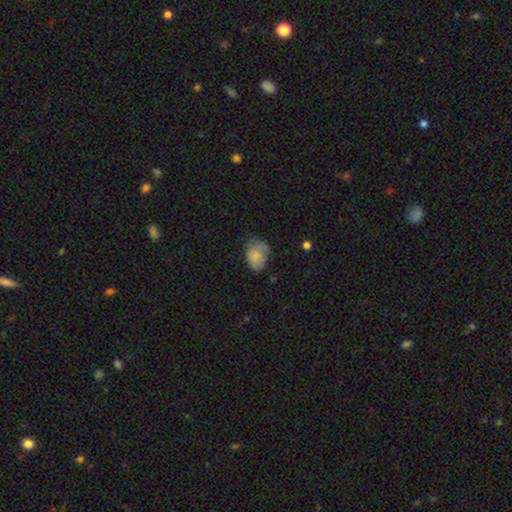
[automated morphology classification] Overall: smooth (77%). How rounded: in between (71%). Merging: none (49%; minor disturbance 35%).